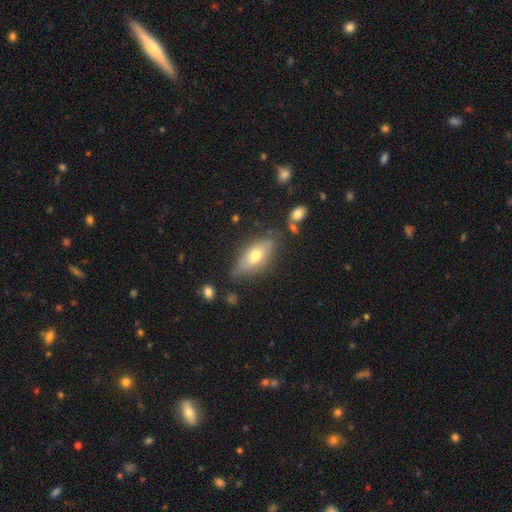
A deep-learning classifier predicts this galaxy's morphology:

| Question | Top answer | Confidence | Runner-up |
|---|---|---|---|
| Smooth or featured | smooth | 60% | featured or disk (33%) |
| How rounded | in between | 77% | cigar-shaped (19%) |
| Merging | none | 70% | minor disturbance (21%) |